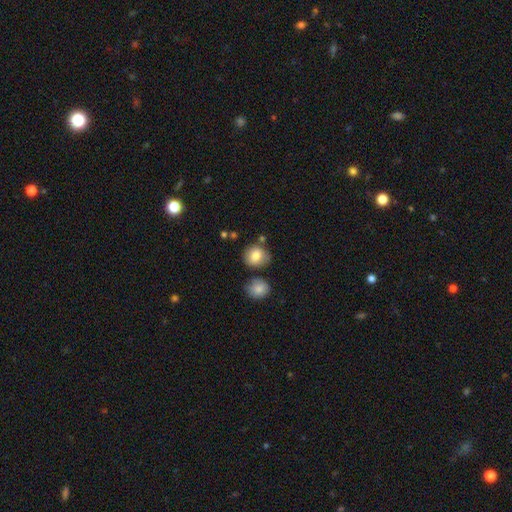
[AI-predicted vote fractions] smooth_or_featured: smooth (p=0.82) [alt: featured or disk p=0.10]
how_rounded: round (p=0.73) [alt: in between p=0.26]
merging: none (p=0.68) [alt: minor disturbance p=0.18]